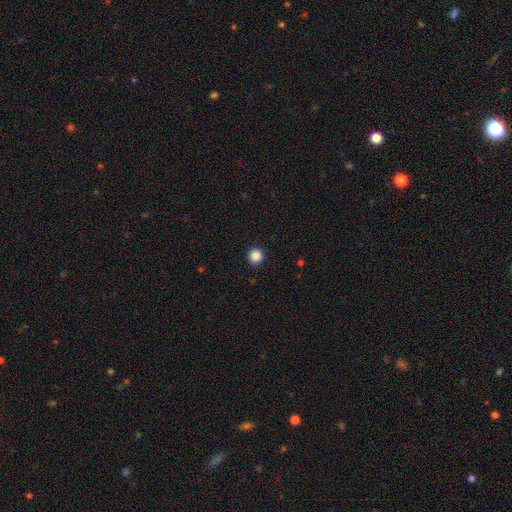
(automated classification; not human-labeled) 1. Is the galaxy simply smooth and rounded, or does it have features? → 87% smooth, 10% star or artifact, 3% featured or disk.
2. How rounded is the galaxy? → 96% round, 3% in between, 1% cigar-shaped.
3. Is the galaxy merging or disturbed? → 93% none, 4% minor disturbance, 2% major disturbance, 1% merger.